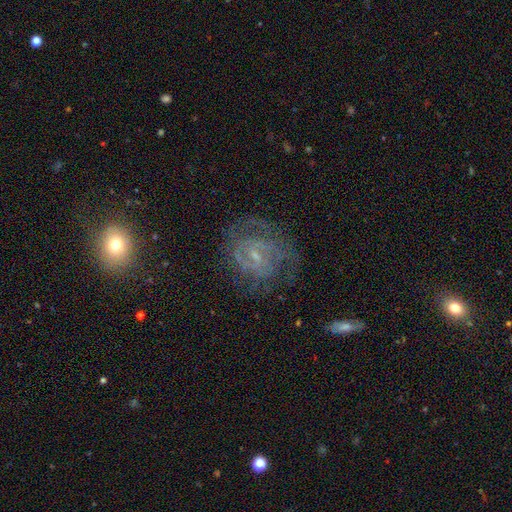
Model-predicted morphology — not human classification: A featured or disk galaxy (75%) with a weak bar (50%), tight (52%) spiral arms (84%) and a small central bulge (71%). Merging: none (65%).